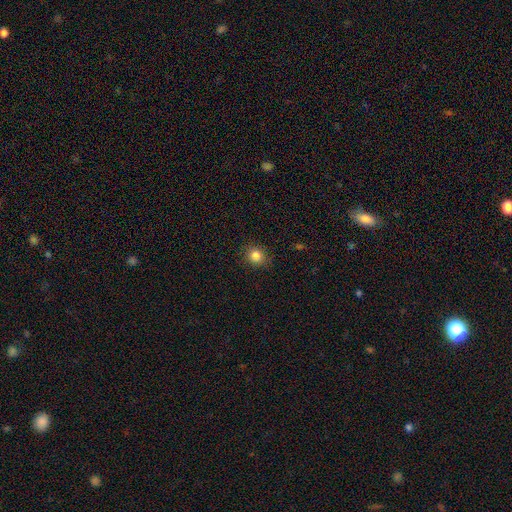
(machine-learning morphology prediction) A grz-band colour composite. It shows a smooth galaxy with no disk features (83%) that is round (77%). Merging: none (89%).